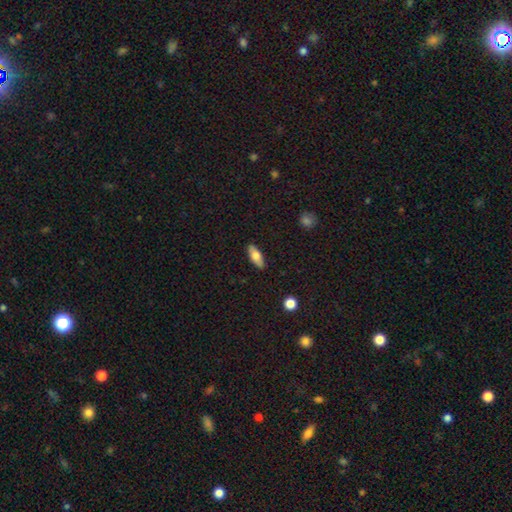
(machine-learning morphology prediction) A smooth galaxy with no disk features (70%) that is in between round and cigar-shaped (71%).

Vote fractions:
- Smooth or featured? smooth: 70% / featured or disk: 24% / star or artifact: 6%
- How rounded? in between: 71% / cigar-shaped: 26% / round: 3%
- Merging? none: 87% / minor disturbance: 9% / major disturbance: 2% / merger: 1%